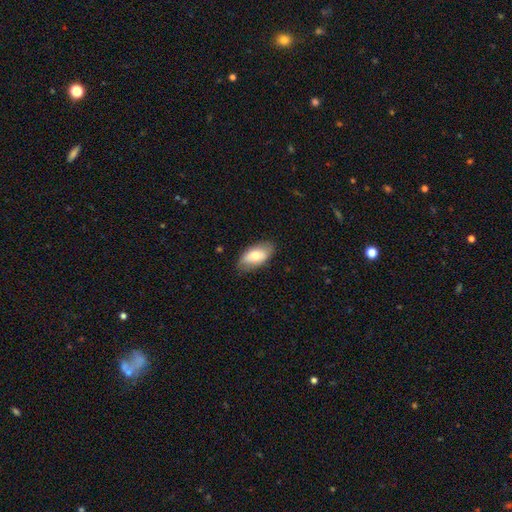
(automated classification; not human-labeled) This is likely a smooth galaxy (70%). How rounded: clearly in between (93%). Merging: clearly none (81%).